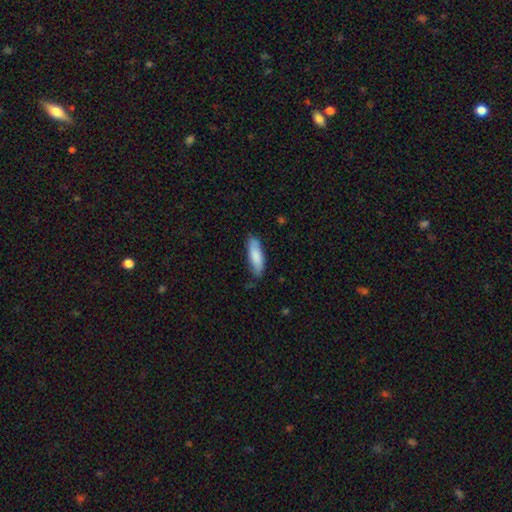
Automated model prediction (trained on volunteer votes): smooth 83%, featured or disk 12%, star or artifact 5%. Down the decision tree: how rounded — in between (56%); merging — none (75%).